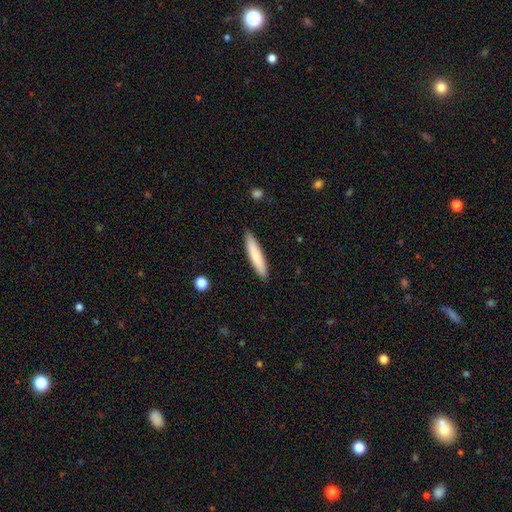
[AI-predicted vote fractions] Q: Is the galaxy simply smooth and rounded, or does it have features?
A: smooth — 78%.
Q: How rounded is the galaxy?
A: cigar-shaped — 88%.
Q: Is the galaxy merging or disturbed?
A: none — 89%.